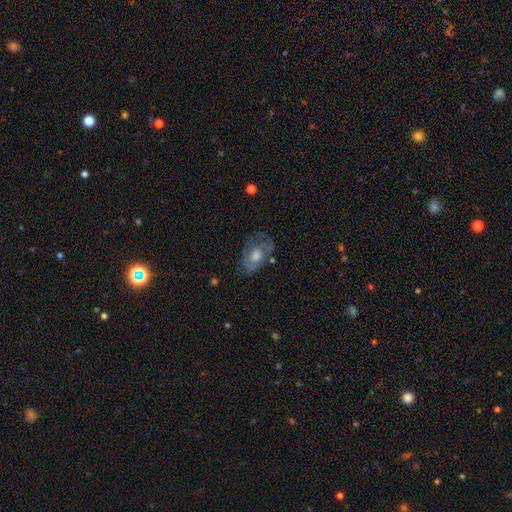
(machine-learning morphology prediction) A featured or disk galaxy (52%).

Vote fractions:
- Smooth or featured? featured or disk: 52% / smooth: 37% / star or artifact: 11%
- Edge-on disk? no: 92% / yes: 8%
- Merging? none: 64% / minor disturbance: 23% / major disturbance: 11% / merger: 2%